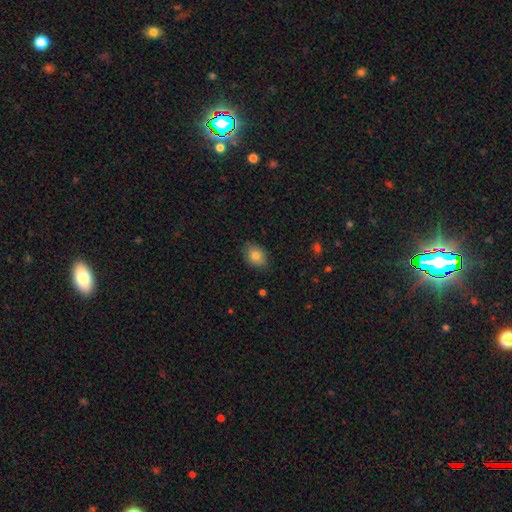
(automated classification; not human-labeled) This appears to be a smooth galaxy with no disk features (80%) that is in between round and cigar-shaped (65%). Merging: none (79%).